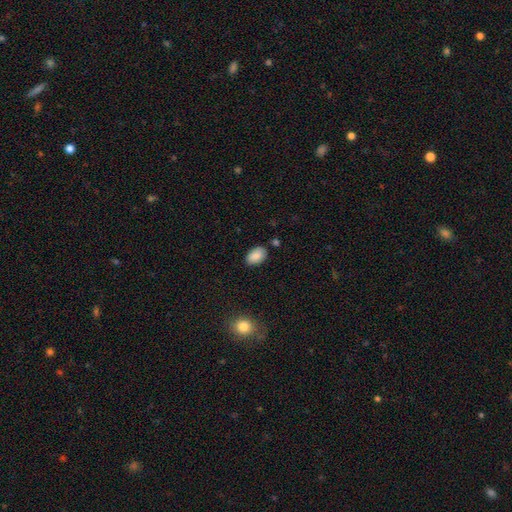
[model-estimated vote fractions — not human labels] Q: Smooth or featured?
A: smooth (88%); runner-up: star or artifact (8%)
Q: How rounded?
A: in between (89%); runner-up: round (10%)
Q: Merging?
A: none (82%); runner-up: minor disturbance (13%)